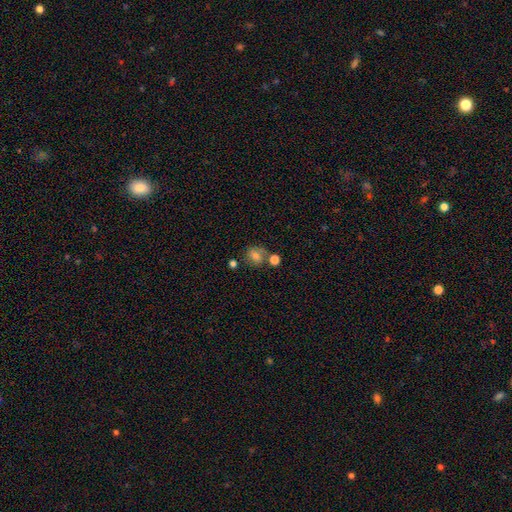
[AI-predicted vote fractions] Smooth or featured?
  - smooth: 68% *
  - featured or disk: 20%
  - star or artifact: 12%
How rounded?
  - round: 64% *
  - in between: 35%
  - cigar-shaped: 1%
Merging?
  - none: 53% *
  - merger: 23%
  - minor disturbance: 16%
  - major disturbance: 8%